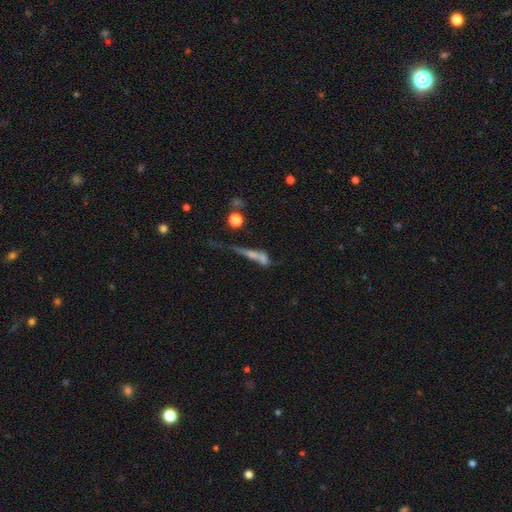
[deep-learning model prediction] A smooth galaxy with no disk features (44%). Merging: merger (37%).